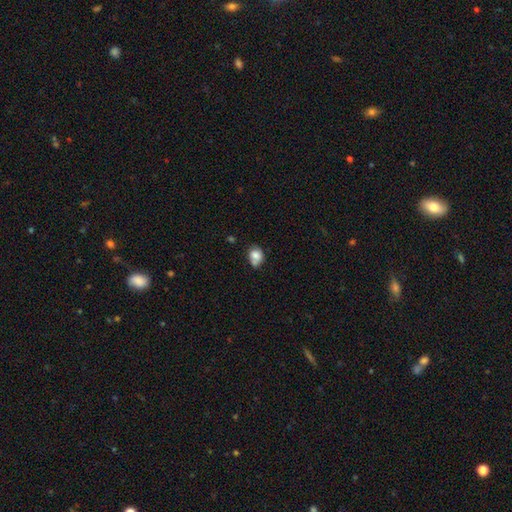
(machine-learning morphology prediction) smooth 77%, featured or disk 12%, star or artifact 10%. Down the decision tree: how rounded — round (53%); merging — none (43%).